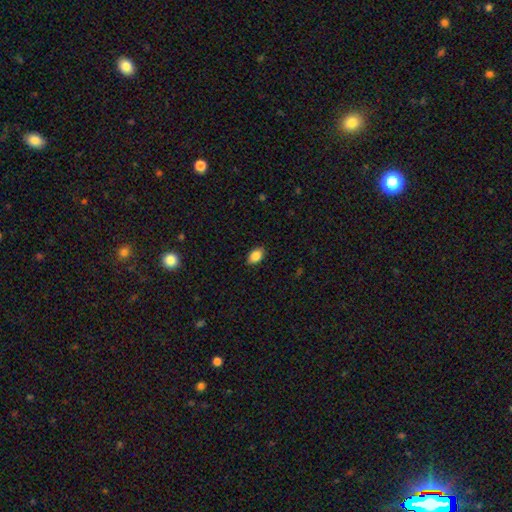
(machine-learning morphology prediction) type=smooth (87%); roundness=in between (87%); merging=none (88%).